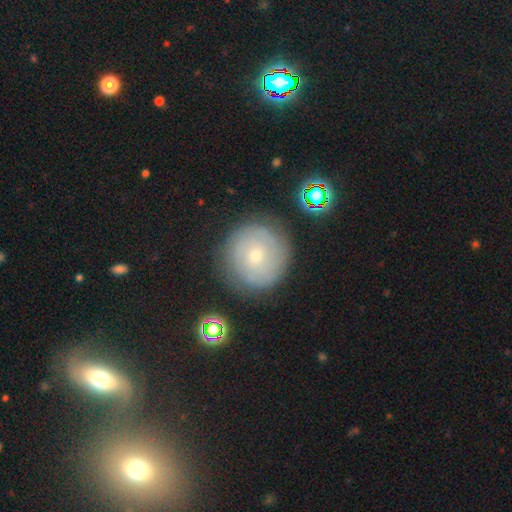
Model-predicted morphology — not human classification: A featured or disk galaxy (55%) with no bar (73%), spiral arms (82%) and a small central bulge (66%).

Vote fractions:
- Smooth or featured? featured or disk: 55% / smooth: 33% / star or artifact: 12%
- Edge-on disk? no: 97% / yes: 3%
- Bar? no: 73% / weak: 23% / strong: 4%
- Spiral arms? yes: 82% / no: 18%
- Bulge size? small: 66% / moderate: 30% / large: 2% / none: 1% / dominant: 1%
- Merging? none: 83% / minor disturbance: 11% / major disturbance: 4% / merger: 2%